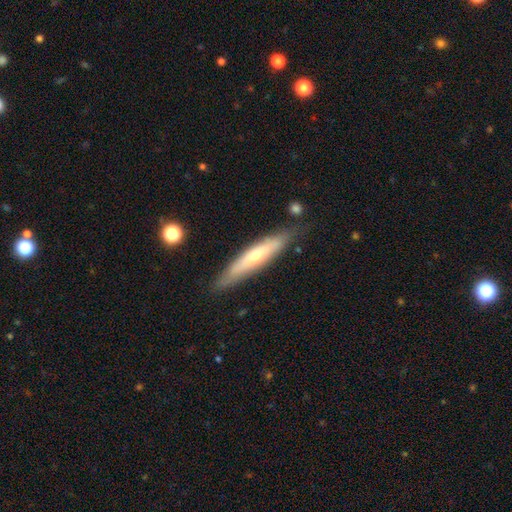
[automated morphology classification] Smooth or featured? Predicted: featured or disk (p=0.52). Edge-on disk? Predicted: yes (p=0.81). Merging? Predicted: none (p=0.82).